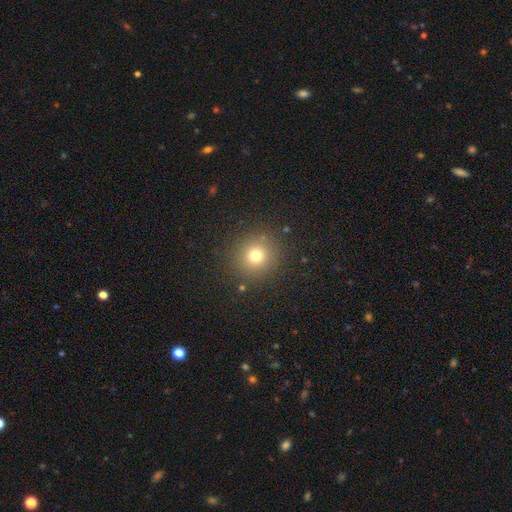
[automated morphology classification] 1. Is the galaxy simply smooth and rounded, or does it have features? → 74% smooth, 17% star or artifact, 9% featured or disk.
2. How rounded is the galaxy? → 91% round, 8% in between, 1% cigar-shaped.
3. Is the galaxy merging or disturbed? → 88% none, 7% minor disturbance, 3% major disturbance, 2% merger.